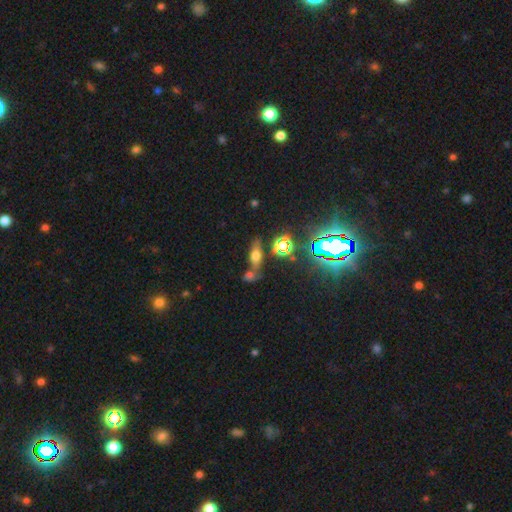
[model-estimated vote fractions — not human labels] smooth 48%, star or artifact 27%, featured or disk 24%. Down the decision tree: merging — none (56%).